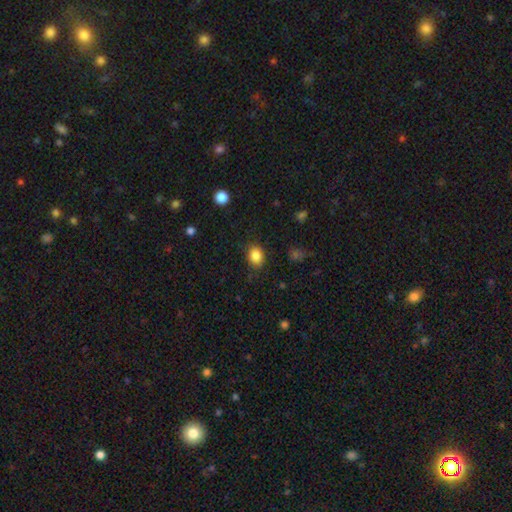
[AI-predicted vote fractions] Smooth or featured: smooth — 86% (star or artifact — 9%)
How rounded: in between — 58% (round — 41%)
Merging: none — 84% (minor disturbance — 11%)